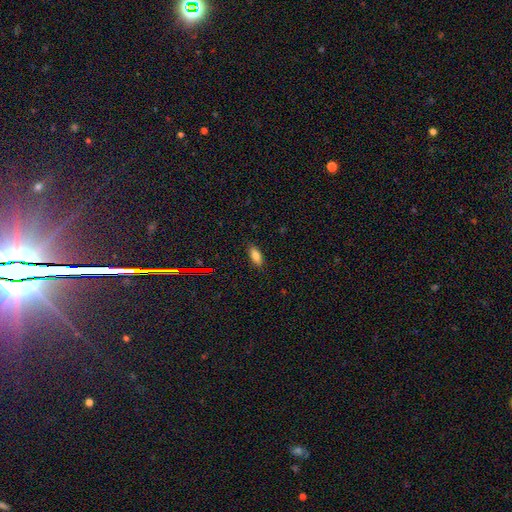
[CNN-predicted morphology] Smooth or featured? Predicted: smooth (p=0.81). How rounded? Predicted: in between (p=0.83). Merging? Predicted: none (p=0.86).